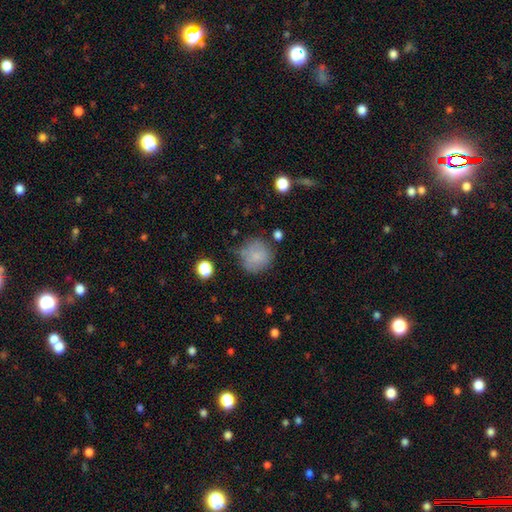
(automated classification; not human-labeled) Morphology: type=smooth (77%); roundness=round (90%); merging=none (61%).